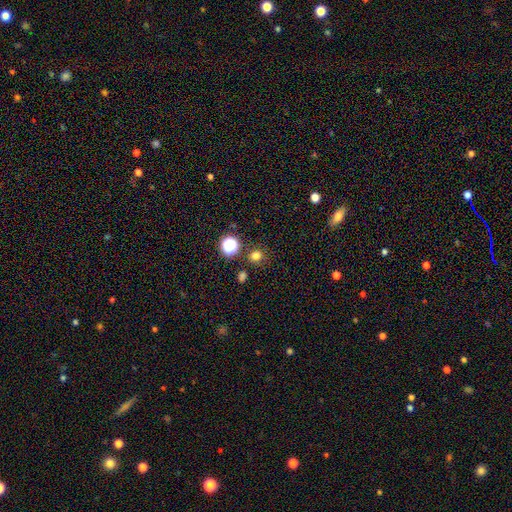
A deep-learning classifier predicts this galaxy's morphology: A smooth galaxy with no disk features (75%) that is round (88%).

Vote fractions:
- Smooth or featured? smooth: 75% / star or artifact: 20% / featured or disk: 5%
- How rounded? round: 88% / in between: 11% / cigar-shaped: 1%
- Merging? none: 84% / minor disturbance: 8% / merger: 5% / major disturbance: 3%